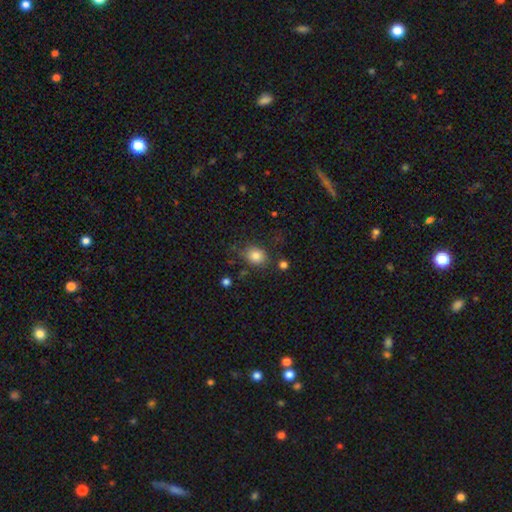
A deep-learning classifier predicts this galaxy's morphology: Overall: smooth (82%). How rounded: round (54%; in between 45%). Merging: none (74%).